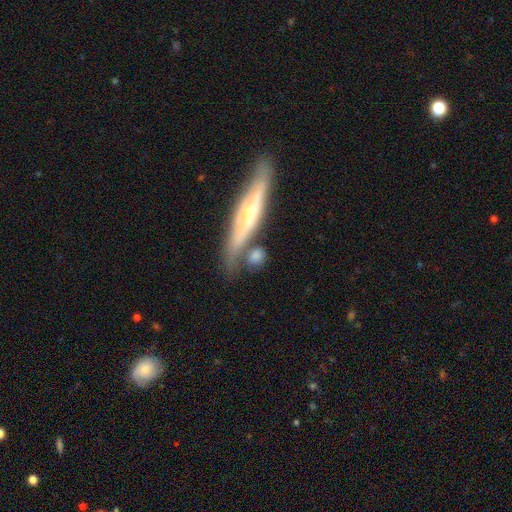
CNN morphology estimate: Smooth or featured? smooth (62%)
How rounded? round (35%)
Merging? none (60%)